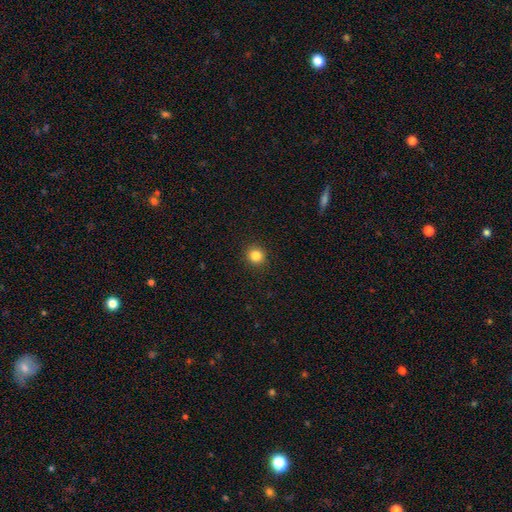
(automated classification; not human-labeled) smooth_or_featured: smooth (p=0.83) [alt: star or artifact p=0.12]
how_rounded: round (p=0.90) [alt: in between p=0.09]
merging: none (p=0.92) [alt: minor disturbance p=0.05]